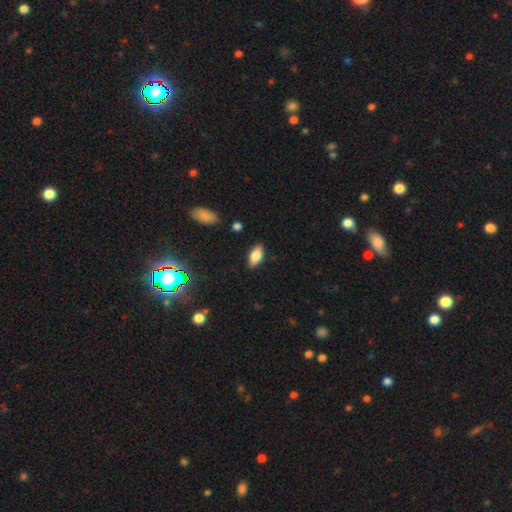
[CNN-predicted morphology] Overall: smooth (79%). How rounded: in between (89%). Merging: none (86%).